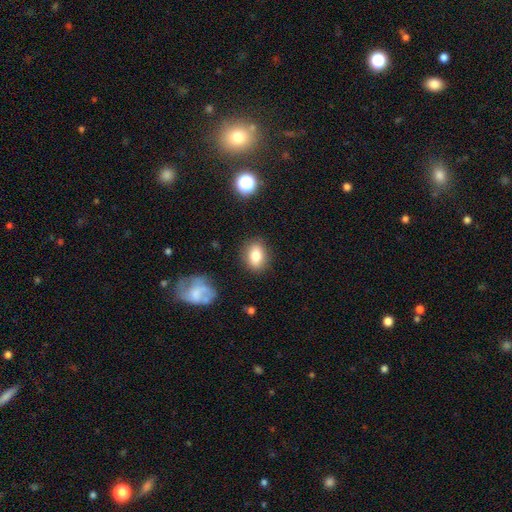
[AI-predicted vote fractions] Smooth or featured: smooth — 81% (featured or disk — 10%)
How rounded: in between — 71% (round — 27%)
Merging: none — 84% (minor disturbance — 11%)